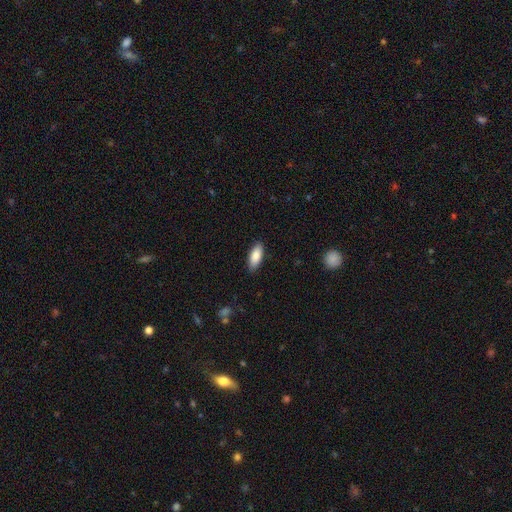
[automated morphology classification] Smooth or featured?
  - smooth: 87% *
  - featured or disk: 7%
  - star or artifact: 6%
How rounded?
  - in between: 82% *
  - cigar-shaped: 16%
  - round: 2%
Merging?
  - none: 87% *
  - minor disturbance: 10%
  - major disturbance: 2%
  - merger: 1%